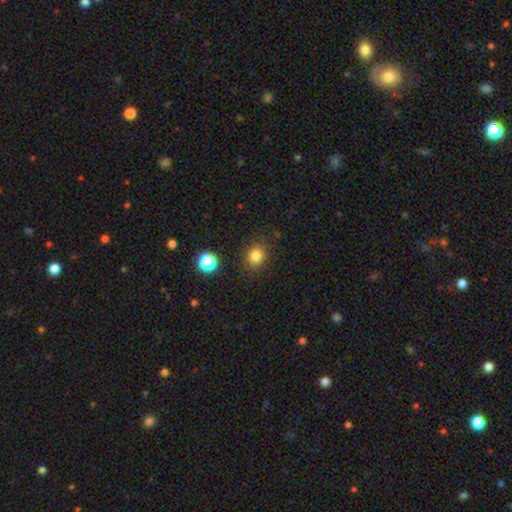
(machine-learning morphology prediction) smooth-or-featured: smooth: 81% | star or artifact: 13% | featured or disk: 6%
  how-rounded: round: 72% | in between: 27% | cigar-shaped: 1%
  merging: none: 85% | minor disturbance: 10% | major disturbance: 3% | merger: 2%